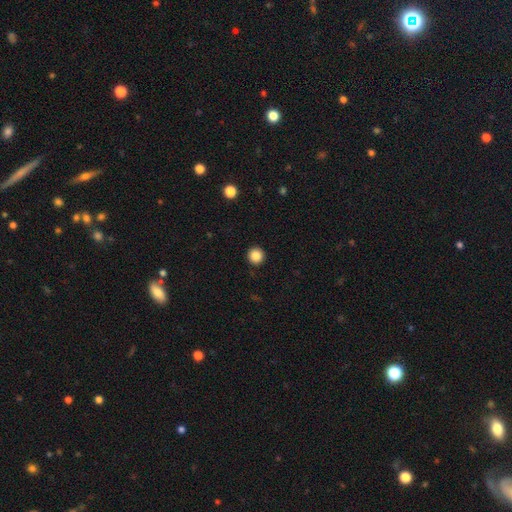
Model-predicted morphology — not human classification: Smooth or featured? smooth (85%)
How rounded? round (96%)
Merging? none (93%)